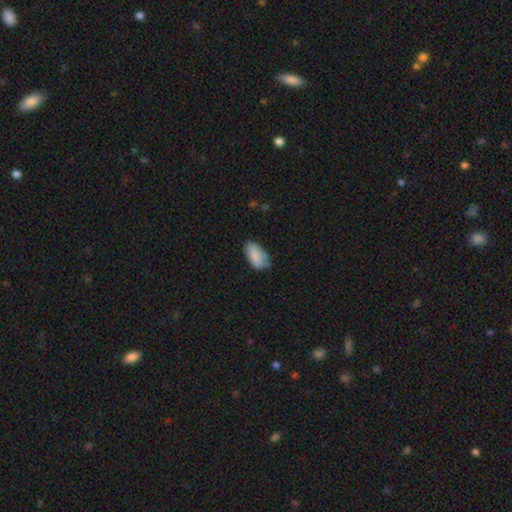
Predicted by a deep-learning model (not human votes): Q: Smooth or featured?
A: smooth (86%); runner-up: featured or disk (7%)
Q: How rounded?
A: in between (94%); runner-up: cigar-shaped (3%)
Q: Merging?
A: none (60%); runner-up: minor disturbance (32%)